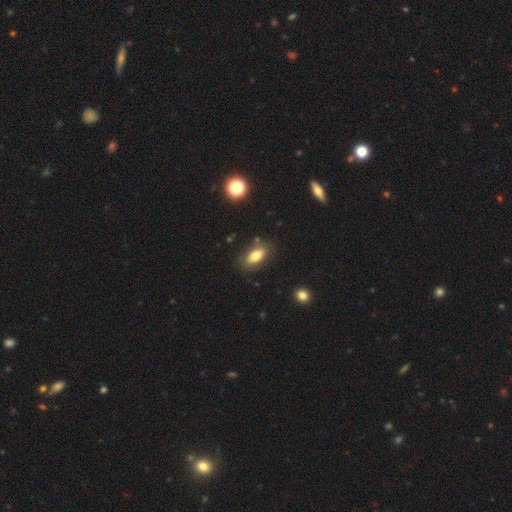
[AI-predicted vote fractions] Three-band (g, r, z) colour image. It shows a smooth galaxy with no disk features (77%) that is in between round and cigar-shaped (87%). Merging: none (80%).